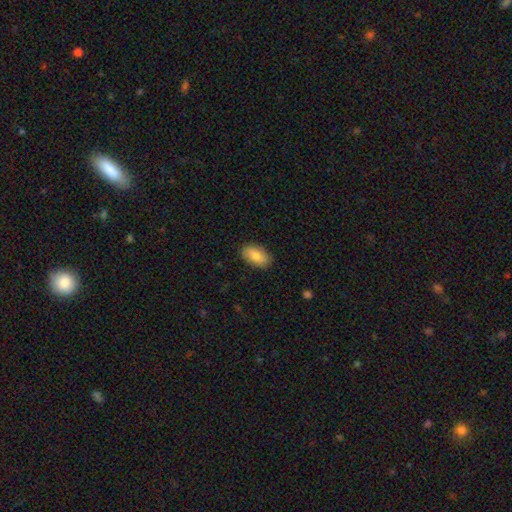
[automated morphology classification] A smooth galaxy with no disk features (82%) that is in between round and cigar-shaped (94%).

Vote fractions:
- Smooth or featured? smooth: 82% / featured or disk: 11% / star or artifact: 6%
- How rounded? in between: 94% / round: 4% / cigar-shaped: 2%
- Merging? none: 88% / minor disturbance: 9% / major disturbance: 2% / merger: 1%